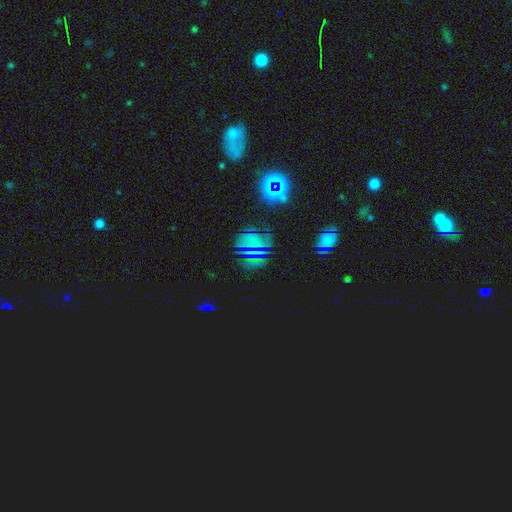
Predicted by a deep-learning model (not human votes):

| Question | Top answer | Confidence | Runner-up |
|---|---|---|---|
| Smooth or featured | star or artifact | 61% | featured or disk (21%) |